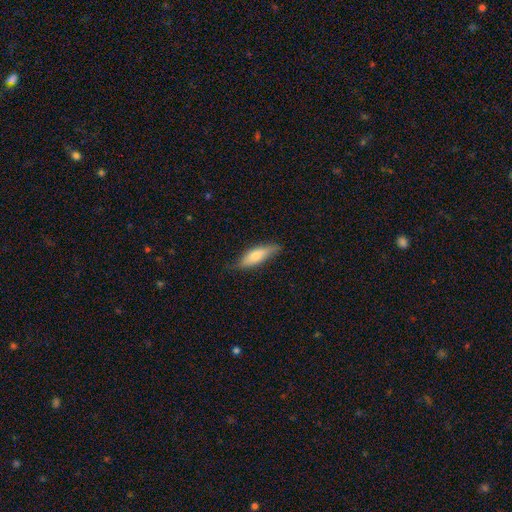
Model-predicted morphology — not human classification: Q: Smooth or featured?
A: smooth (70%); runner-up: featured or disk (24%)
Q: How rounded?
A: cigar-shaped (50%); runner-up: in between (48%)
Q: Merging?
A: none (73%); runner-up: minor disturbance (22%)